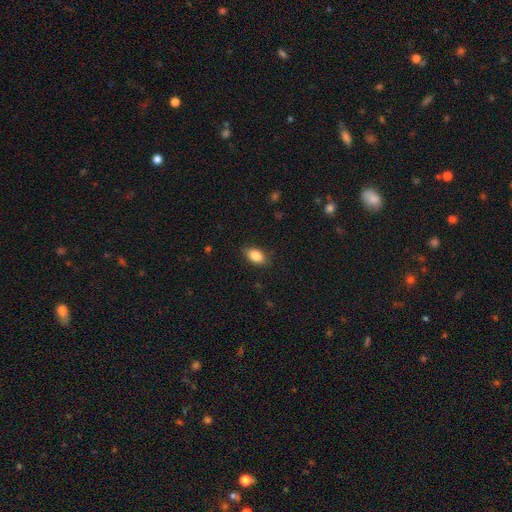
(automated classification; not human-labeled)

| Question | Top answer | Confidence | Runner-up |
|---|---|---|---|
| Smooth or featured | smooth | 85% | star or artifact (8%) |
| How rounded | in between | 88% | round (8%) |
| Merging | none | 85% | minor disturbance (12%) |